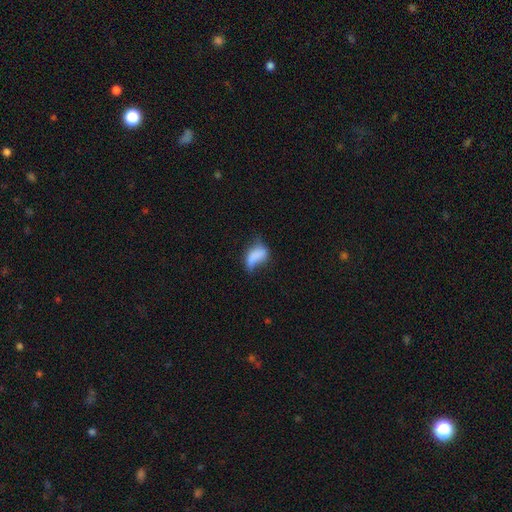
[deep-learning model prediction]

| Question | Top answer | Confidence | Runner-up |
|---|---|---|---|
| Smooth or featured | smooth | 68% | featured or disk (22%) |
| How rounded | in between | 86% | round (7%) |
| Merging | major disturbance | 36% | minor disturbance (31%) |